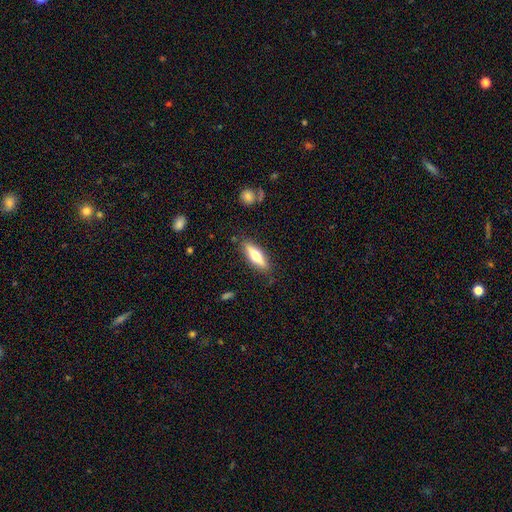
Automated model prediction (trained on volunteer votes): This is possibly a smooth galaxy (52%). How rounded: likely cigar-shaped (60%). Merging: clearly none (85%).